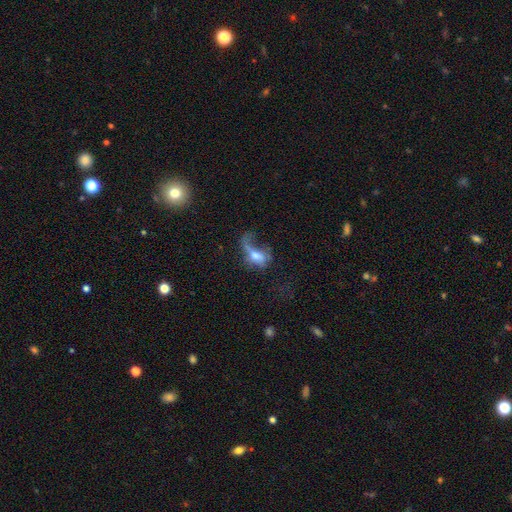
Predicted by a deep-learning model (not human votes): This is marginally a smooth galaxy (45%). Merging: possibly major disturbance (60%).